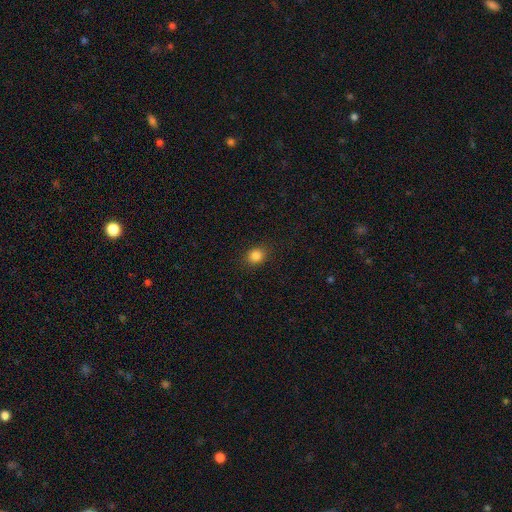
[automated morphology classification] Q: Smooth or featured?
A: smooth (84%); runner-up: star or artifact (11%)
Q: How rounded?
A: round (69%); runner-up: in between (30%)
Q: Merging?
A: none (89%); runner-up: minor disturbance (8%)